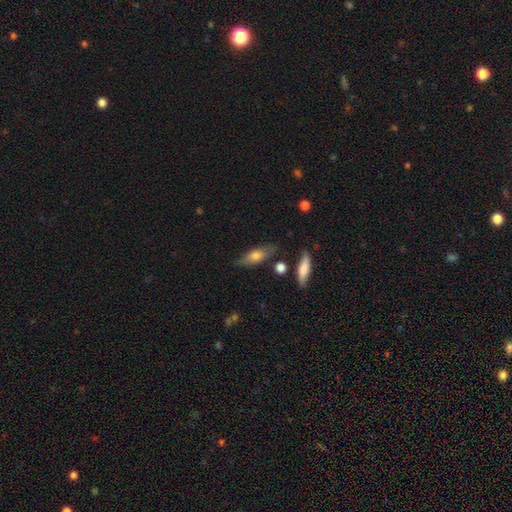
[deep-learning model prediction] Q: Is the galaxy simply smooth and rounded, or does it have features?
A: smooth — 65%.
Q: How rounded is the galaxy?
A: in between — 56%.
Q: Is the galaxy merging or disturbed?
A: none — 75%.